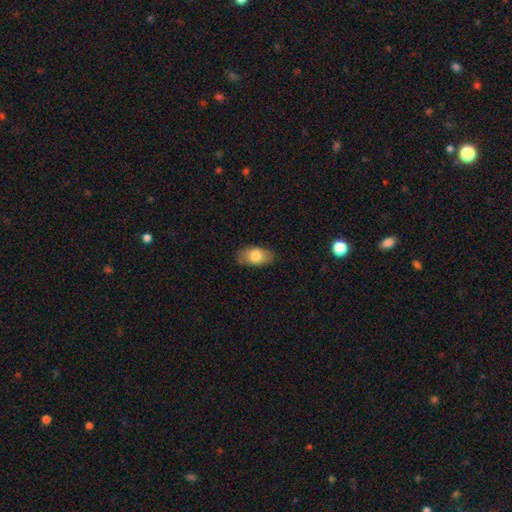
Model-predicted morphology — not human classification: The model was most divided on "smooth or featured": smooth: 78%, featured or disk: 15%, star or artifact: 7%. More confident: how rounded — in between (92%); merging — none (83%).